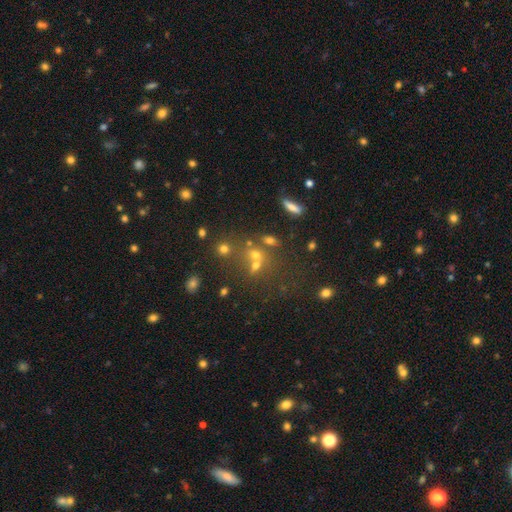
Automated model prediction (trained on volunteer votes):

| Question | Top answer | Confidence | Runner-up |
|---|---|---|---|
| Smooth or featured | smooth | 47% | star or artifact (34%) |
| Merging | none | 47% | merger (36%) |